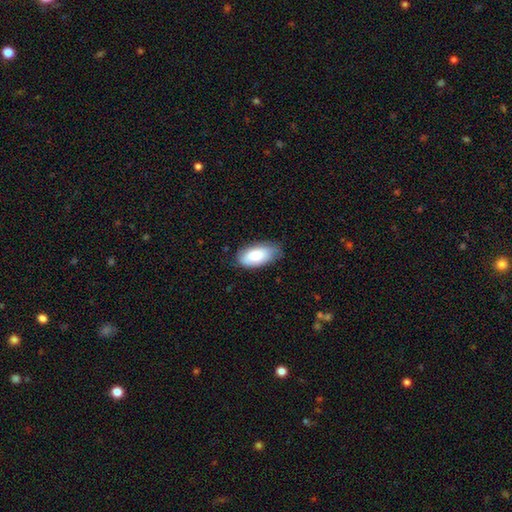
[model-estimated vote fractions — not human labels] smooth 82%, featured or disk 12%, star or artifact 6%. Down the decision tree: how rounded — in between (93%); merging — none (70%).